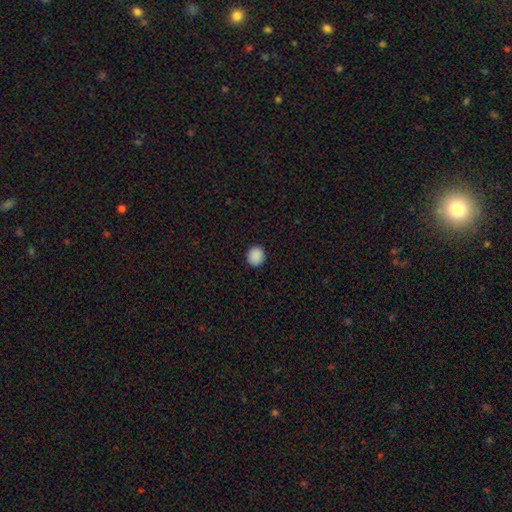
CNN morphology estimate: smooth_or_featured: smooth (p=0.90) [alt: star or artifact p=0.08]
how_rounded: round (p=0.82) [alt: in between p=0.17]
merging: none (p=0.92) [alt: minor disturbance p=0.05]